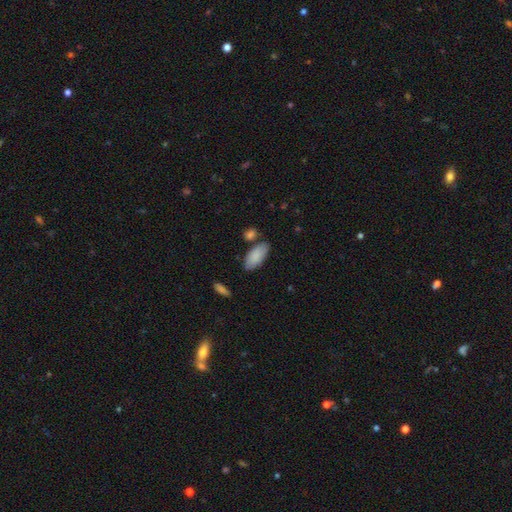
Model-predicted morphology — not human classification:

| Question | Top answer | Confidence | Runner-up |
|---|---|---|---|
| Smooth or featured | smooth | 87% | featured or disk (7%) |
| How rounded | in between | 91% | cigar-shaped (7%) |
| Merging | none | 72% | minor disturbance (15%) |